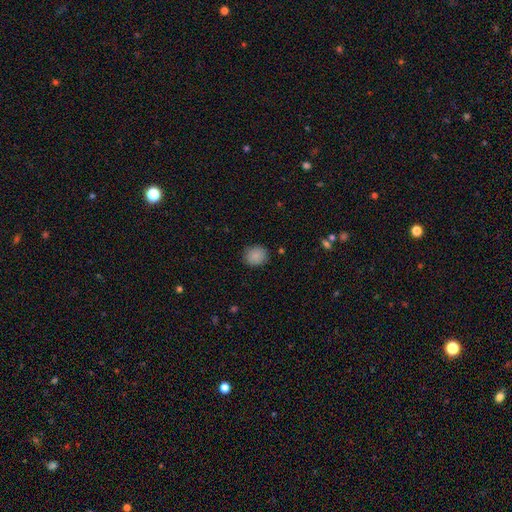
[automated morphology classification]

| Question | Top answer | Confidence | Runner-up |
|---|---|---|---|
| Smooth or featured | smooth | 88% | star or artifact (9%) |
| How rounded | round | 78% | in between (21%) |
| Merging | none | 88% | minor disturbance (9%) |